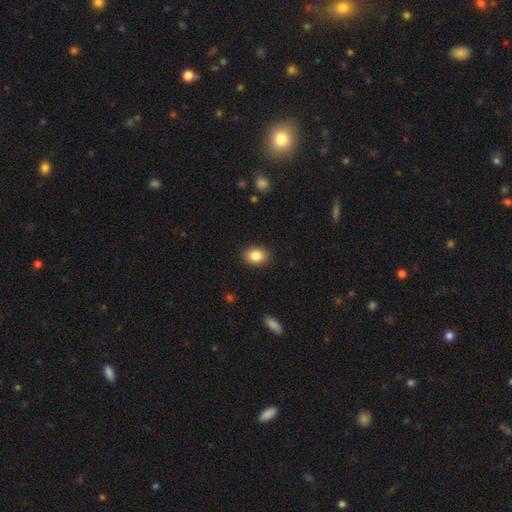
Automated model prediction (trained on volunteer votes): Smooth or featured?
  - smooth: 87% *
  - star or artifact: 8%
  - featured or disk: 4%
How rounded?
  - in between: 55% *
  - round: 44%
  - cigar-shaped: 1%
Merging?
  - none: 89% *
  - minor disturbance: 8%
  - major disturbance: 2%
  - merger: 1%